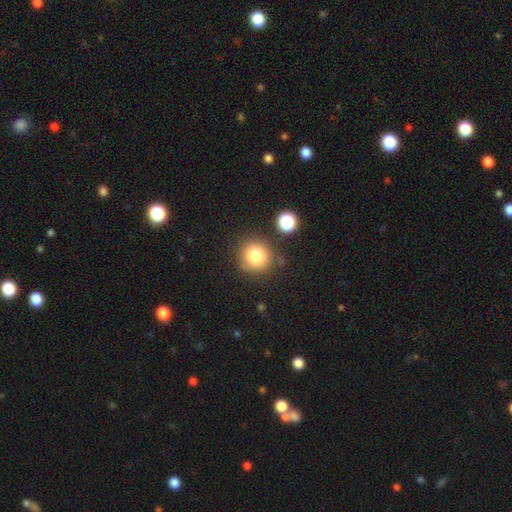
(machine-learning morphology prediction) smooth 80%, star or artifact 12%, featured or disk 8%. Down the decision tree: how rounded — round (91%); merging — none (82%).